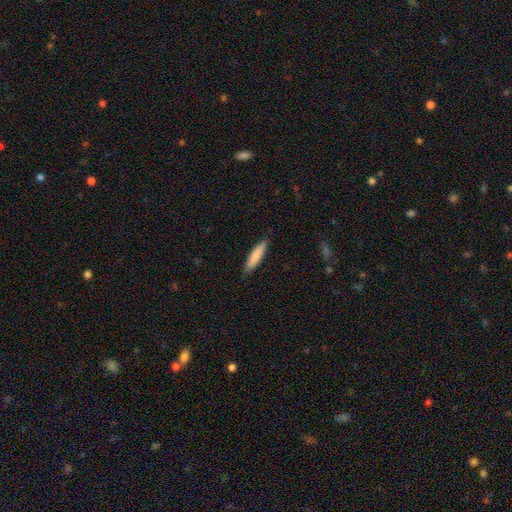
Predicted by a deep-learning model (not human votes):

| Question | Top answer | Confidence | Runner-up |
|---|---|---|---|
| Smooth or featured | smooth | 82% | featured or disk (12%) |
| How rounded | cigar-shaped | 84% | in between (15%) |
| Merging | none | 86% | minor disturbance (11%) |